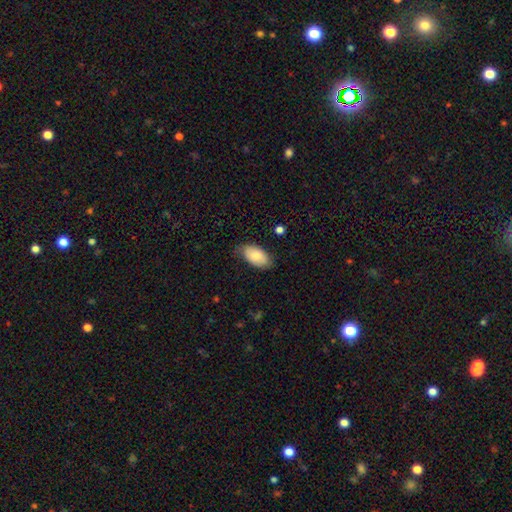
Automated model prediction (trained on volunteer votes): A smooth galaxy with no disk features (82%) that is in between round and cigar-shaped (95%).

Vote fractions:
- Smooth or featured? smooth: 82% / featured or disk: 12% / star or artifact: 6%
- How rounded? in between: 95% / round: 3% / cigar-shaped: 2%
- Merging? none: 72% / minor disturbance: 22% / major disturbance: 4% / merger: 1%